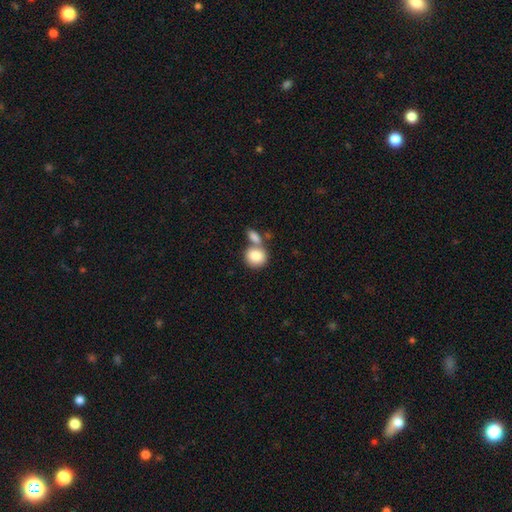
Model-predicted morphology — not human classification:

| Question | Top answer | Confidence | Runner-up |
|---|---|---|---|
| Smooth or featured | smooth | 83% | featured or disk (9%) |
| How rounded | round | 77% | in between (22%) |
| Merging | none | 45% | merger (42%) |